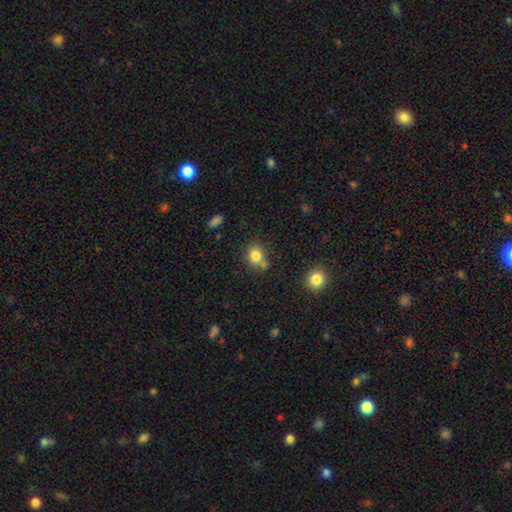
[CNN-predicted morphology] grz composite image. It shows a smooth galaxy with no disk features (80%) that is round (66%). Merging: none (63%).